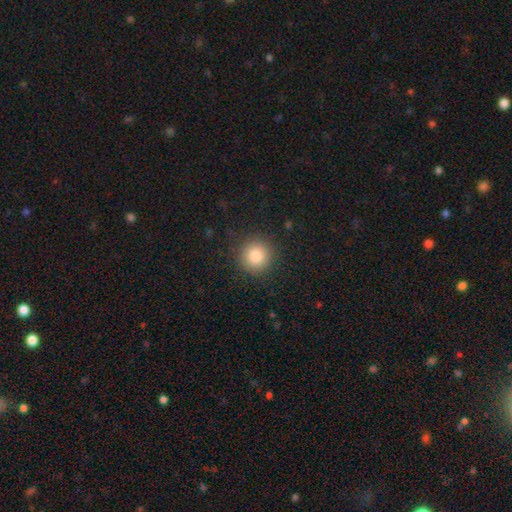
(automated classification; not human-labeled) Smooth or featured: smooth — 84% (star or artifact — 10%)
How rounded: round — 94% (in between — 5%)
Merging: none — 90% (minor disturbance — 7%)